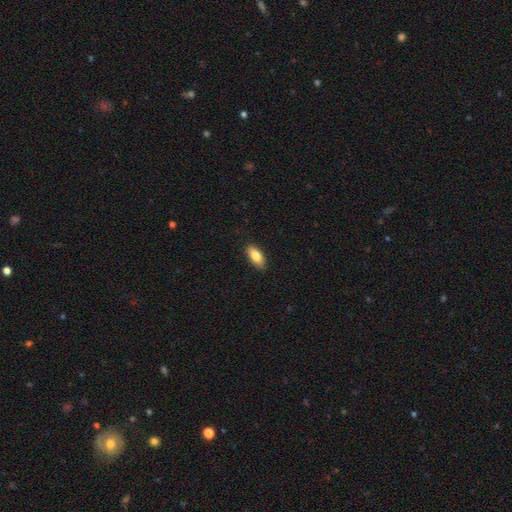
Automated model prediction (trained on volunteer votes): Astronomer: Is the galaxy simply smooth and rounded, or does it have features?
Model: smooth — 80%.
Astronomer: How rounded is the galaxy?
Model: in between — 82%.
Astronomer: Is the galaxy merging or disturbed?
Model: none — 89%.